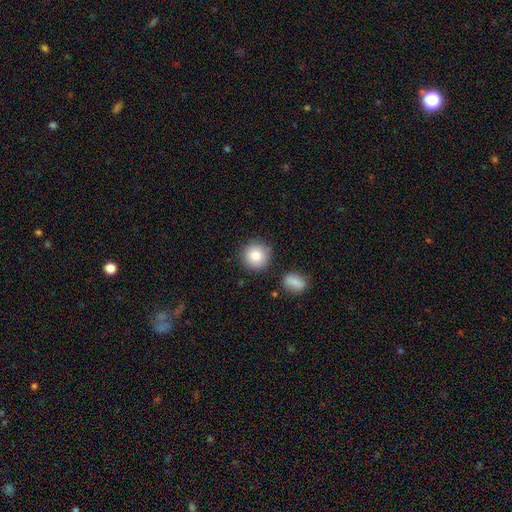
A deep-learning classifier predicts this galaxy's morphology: type=smooth (86%); roundness=round (93%); merging=none (82%).